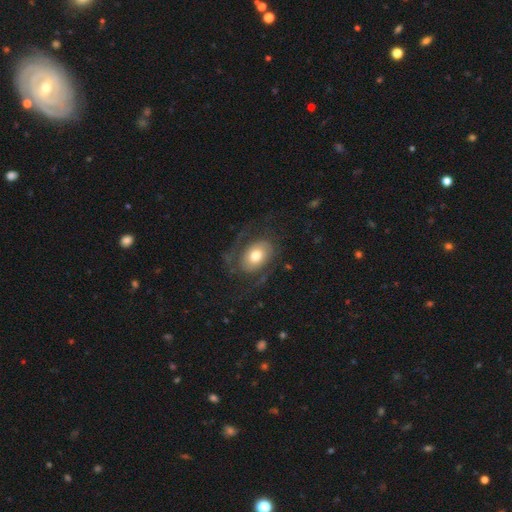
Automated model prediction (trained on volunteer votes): A featured or disk galaxy (55%) with no bar (76%), spiral arms (72%) and a moderate central bulge (61%).

Vote fractions:
- Smooth or featured? featured or disk: 55% / smooth: 38% / star or artifact: 7%
- Edge-on disk? no: 95% / yes: 5%
- Bar? no: 76% / weak: 19% / strong: 5%
- Spiral arms? yes: 72% / no: 28%
- Bulge size? moderate: 61% / large: 24% / small: 10% / dominant: 3% / none: 1%
- Merging? none: 59% / major disturbance: 23% / minor disturbance: 17% / merger: 2%